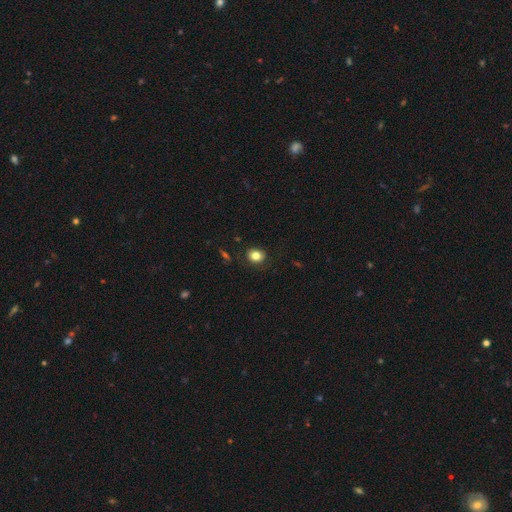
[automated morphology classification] Overall: smooth (82%). How rounded: round (58%; in between 41%). Merging: none (84%).